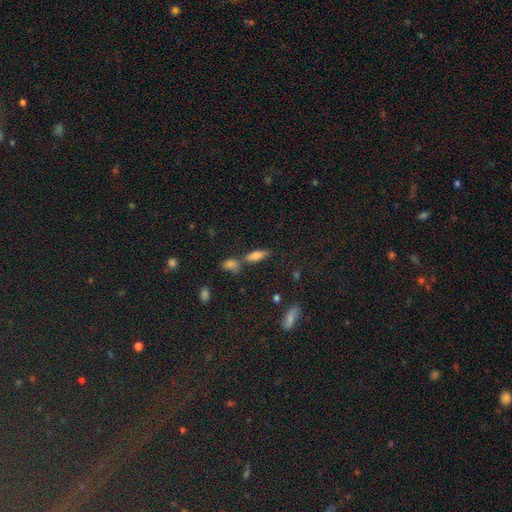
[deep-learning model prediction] Smooth or featured?
  - smooth: 65% *
  - featured or disk: 21%
  - star or artifact: 13%
How rounded?
  - in between: 54% *
  - cigar-shaped: 42%
  - round: 4%
Merging?
  - none: 58% *
  - merger: 24%
  - minor disturbance: 12%
  - major disturbance: 5%